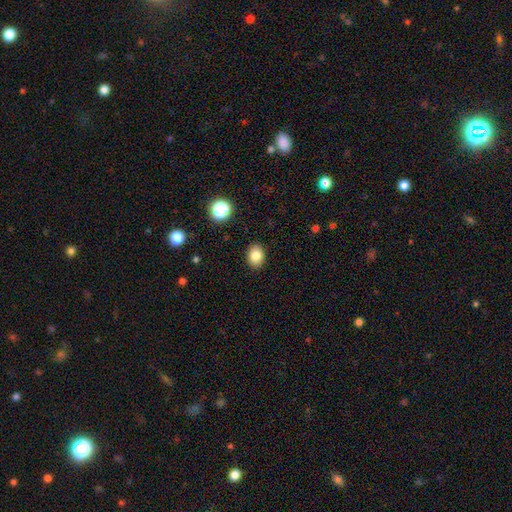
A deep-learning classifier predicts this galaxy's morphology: smooth-or-featured: smooth: 83% | star or artifact: 10% | featured or disk: 7%
  how-rounded: in between: 63% | round: 36% | cigar-shaped: 1%
  merging: none: 89% | minor disturbance: 7% | major disturbance: 2% | merger: 1%